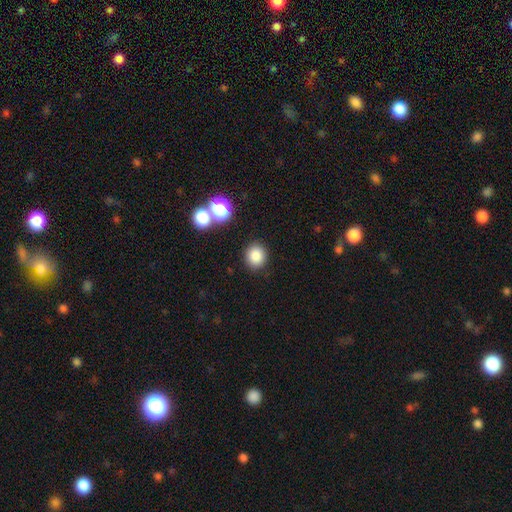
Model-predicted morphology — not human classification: Smooth or featured? smooth (84%)
How rounded? round (80%)
Merging? none (87%)